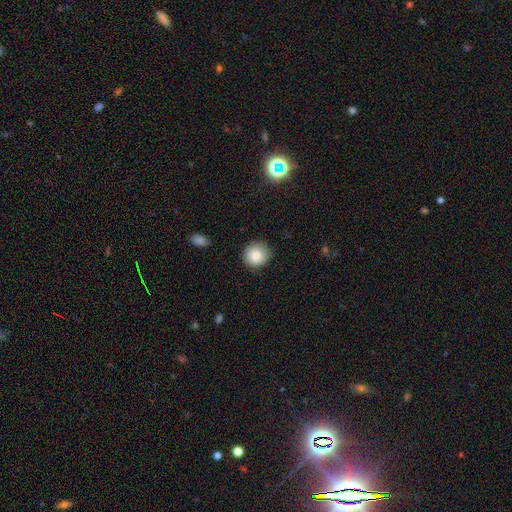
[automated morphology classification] Overall: smooth (85%). How rounded: round (90%). Merging: none (86%).